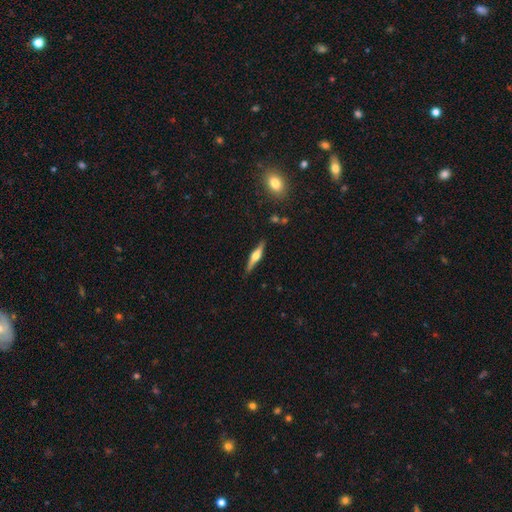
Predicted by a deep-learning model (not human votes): Smooth or featured? Predicted: featured or disk (p=0.69). Edge-on disk? Predicted: yes (p=0.97). Edge-on bulge? Predicted: rounded (p=0.92). Merging? Predicted: none (p=0.88).